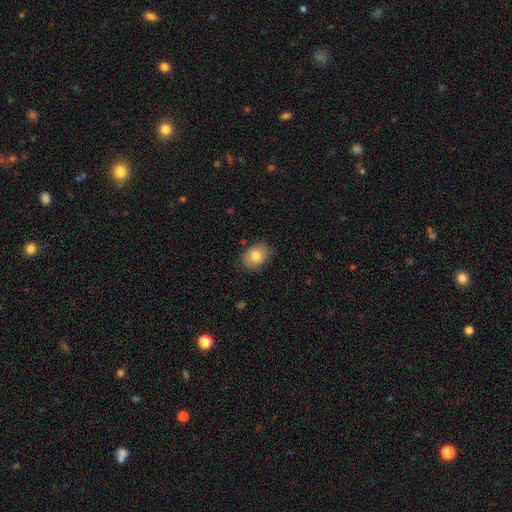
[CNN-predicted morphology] Q: Smooth or featured?
A: smooth (81%); runner-up: featured or disk (11%)
Q: How rounded?
A: in between (68%); runner-up: round (31%)
Q: Merging?
A: none (83%); runner-up: minor disturbance (14%)